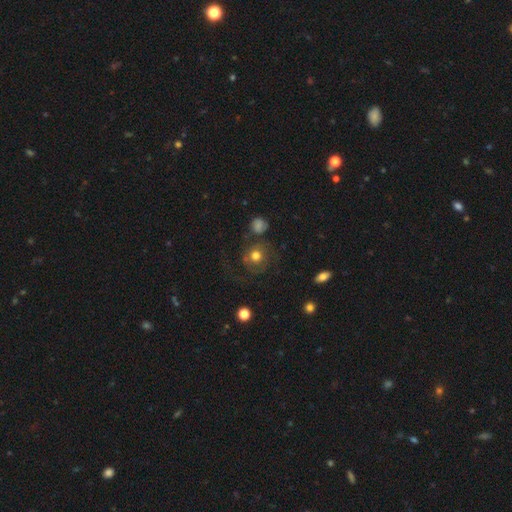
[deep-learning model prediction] smooth-or-featured: smooth: 55% | featured or disk: 33% | star or artifact: 13%
  how-rounded: round: 87% | in between: 12% | cigar-shaped: 1%
  merging: none: 62% | major disturbance: 18% | minor disturbance: 15% | merger: 5%